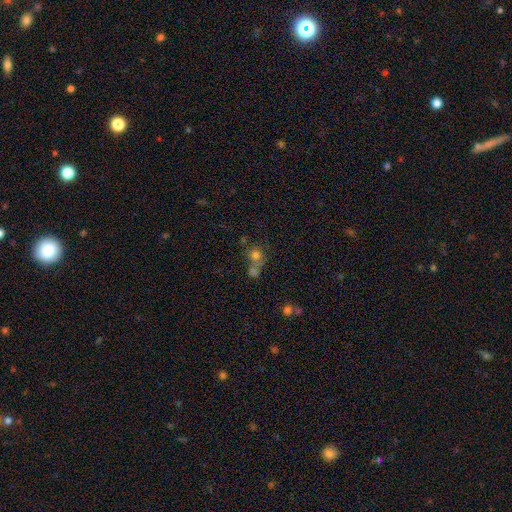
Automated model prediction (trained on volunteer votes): The model was most divided on "merging": none: 43%, merger: 42%, minor disturbance: 9%, major disturbance: 6%. More confident: how rounded — round (84%); smooth or featured — smooth (71%).